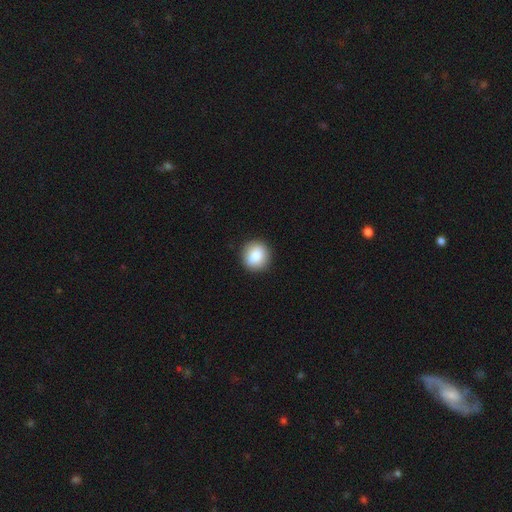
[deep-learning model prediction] Smooth or featured: smooth — 85% (star or artifact — 8%)
How rounded: round — 90% (in between — 9%)
Merging: none — 91% (minor disturbance — 6%)